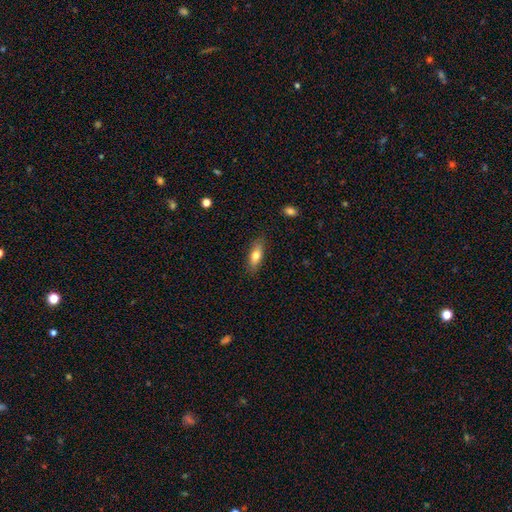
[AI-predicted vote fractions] This appears to be a smooth galaxy with no disk features (74%) that is in between round and cigar-shaped (67%). Merging: none (84%).